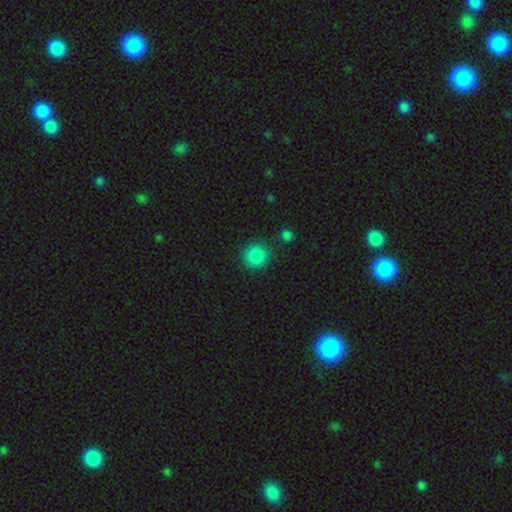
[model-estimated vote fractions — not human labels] A smooth galaxy with no disk features (87%) that is round (89%). Merging: none (85%).